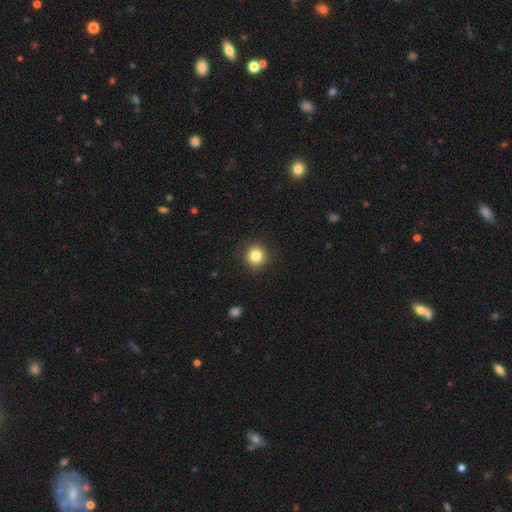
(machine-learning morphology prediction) A smooth galaxy with no disk features (83%) that is round (91%).

Vote fractions:
- Smooth or featured? smooth: 83% / star or artifact: 11% / featured or disk: 6%
- How rounded? round: 91% / in between: 8% / cigar-shaped: 1%
- Merging? none: 91% / minor disturbance: 6% / major disturbance: 2% / merger: 1%